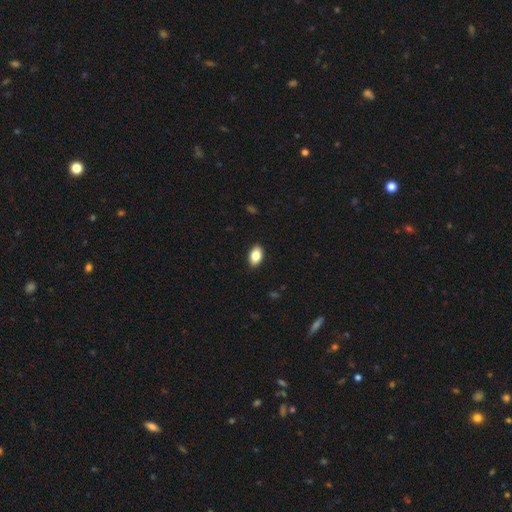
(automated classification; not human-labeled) smooth_or_featured: smooth (p=0.84) [alt: featured or disk p=0.09]
how_rounded: in between (p=0.91) [alt: round p=0.07]
merging: none (p=0.89) [alt: minor disturbance p=0.08]